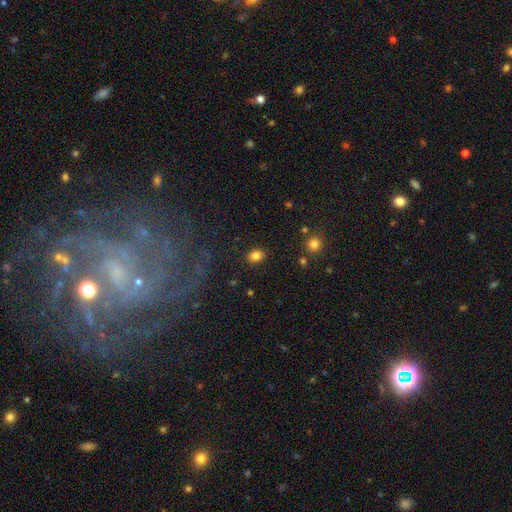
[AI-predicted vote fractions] Smooth or featured: smooth — 84% (star or artifact — 11%)
How rounded: in between — 60% (round — 39%)
Merging: none — 87% (minor disturbance — 9%)